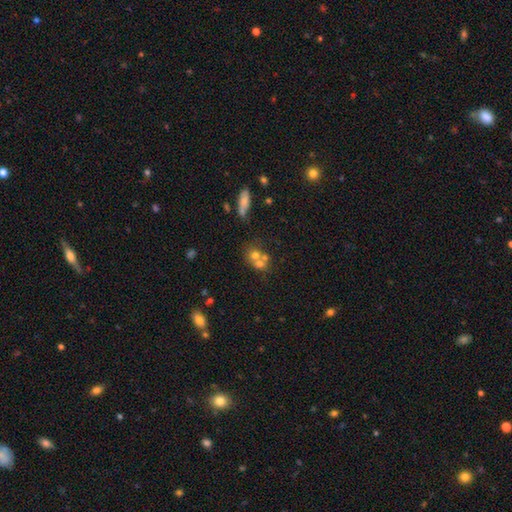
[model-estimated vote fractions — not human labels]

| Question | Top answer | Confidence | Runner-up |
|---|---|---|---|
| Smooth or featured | smooth | 60% | featured or disk (25%) |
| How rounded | round | 72% | in between (26%) |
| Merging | merger | 55% | none (32%) |